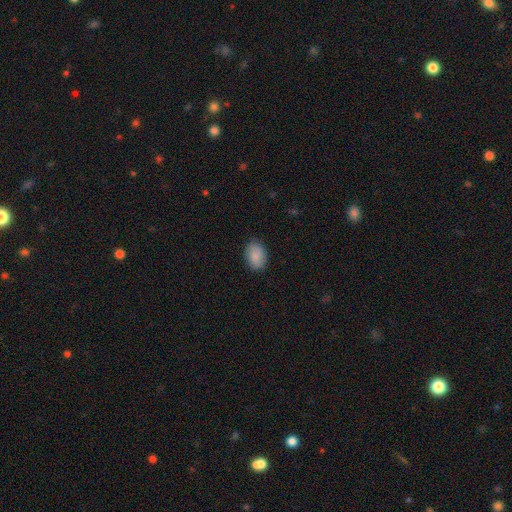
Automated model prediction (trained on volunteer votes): smooth-or-featured: smooth: 86% | featured or disk: 7% | star or artifact: 7%
  how-rounded: in between: 80% | round: 19% | cigar-shaped: 1%
  merging: none: 86% | minor disturbance: 11% | major disturbance: 3% | merger: 1%